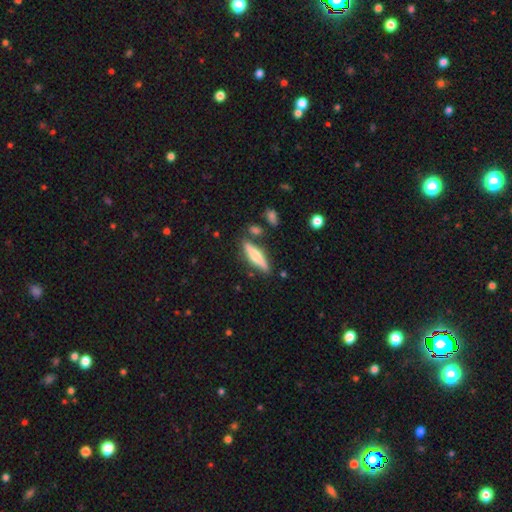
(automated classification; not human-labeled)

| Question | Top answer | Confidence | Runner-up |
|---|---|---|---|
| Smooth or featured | featured or disk | 48% | smooth (46%) |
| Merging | none | 81% | minor disturbance (11%) |